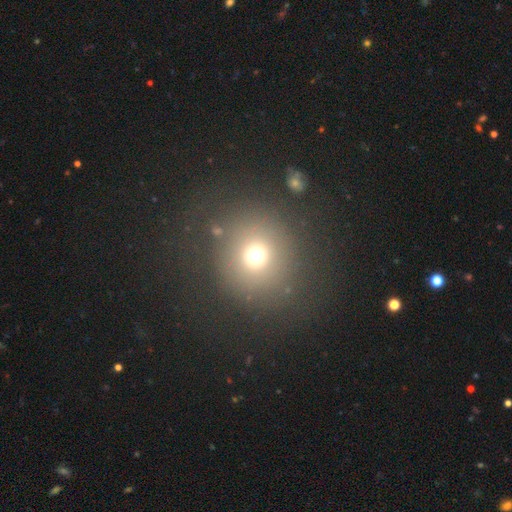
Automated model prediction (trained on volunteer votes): Smooth or featured?
  - smooth: 70% *
  - star or artifact: 20%
  - featured or disk: 10%
How rounded?
  - round: 90% *
  - in between: 9%
  - cigar-shaped: 1%
Merging?
  - none: 80% *
  - minor disturbance: 9%
  - major disturbance: 7%
  - merger: 4%